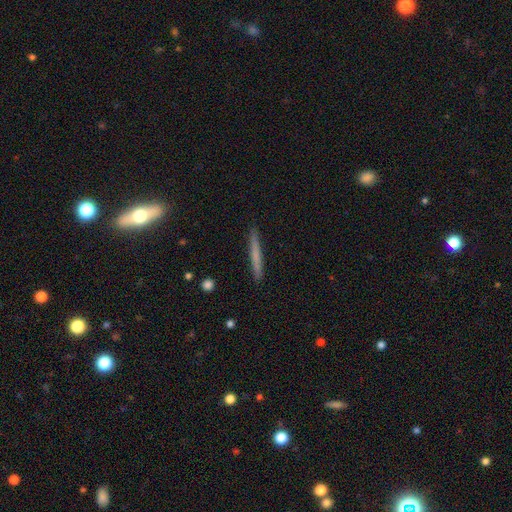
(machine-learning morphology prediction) type=smooth (62%); roundness=cigar-shaped (96%); merging=none (91%).